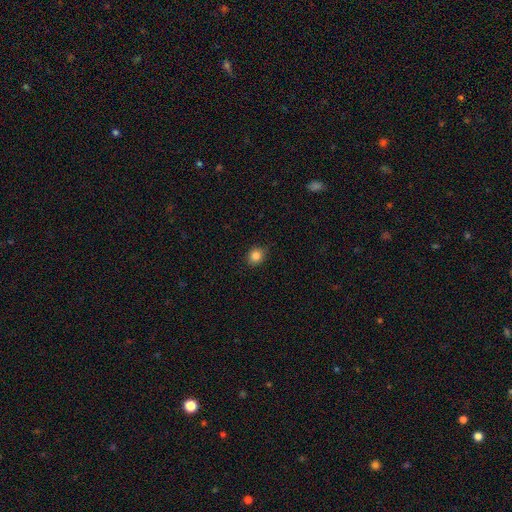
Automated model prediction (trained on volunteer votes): smooth-or-featured: smooth: 85% | star or artifact: 11% | featured or disk: 4%
  how-rounded: round: 70% | in between: 29% | cigar-shaped: 1%
  merging: none: 86% | minor disturbance: 11% | major disturbance: 2% | merger: 1%